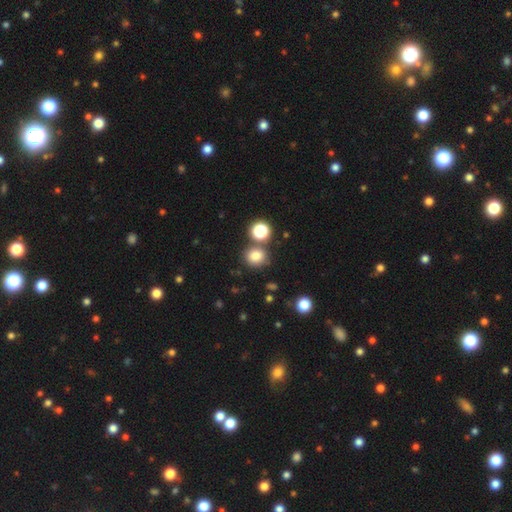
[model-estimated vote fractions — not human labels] Morphology: type=smooth (79%); roundness=round (80%); merging=none (75%).